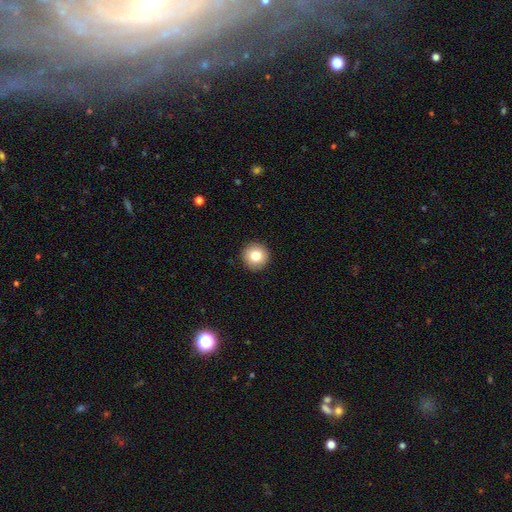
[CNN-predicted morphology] Q: Smooth or featured?
A: smooth (82%); runner-up: star or artifact (9%)
Q: How rounded?
A: round (95%); runner-up: in between (4%)
Q: Merging?
A: none (93%); runner-up: minor disturbance (5%)